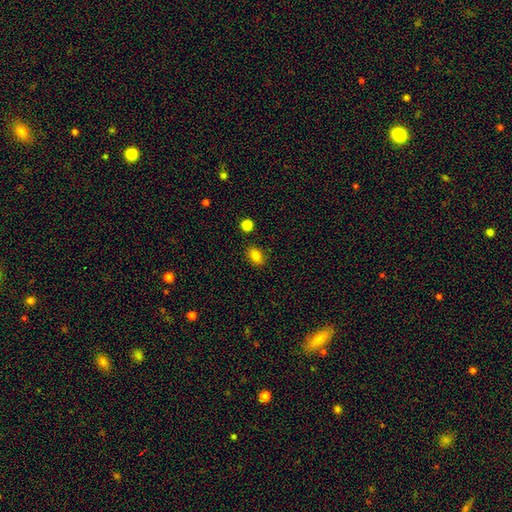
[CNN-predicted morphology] The model was most divided on "how rounded": in between: 80%, round: 19%, cigar-shaped: 2%. More confident: merging — none (86%); smooth or featured — smooth (85%).